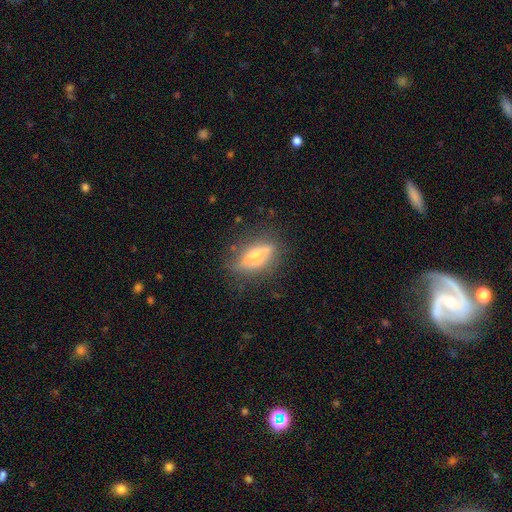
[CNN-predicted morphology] Smooth or featured? featured or disk (57%)
Edge-on disk? yes (73%)
Merging? none (73%)